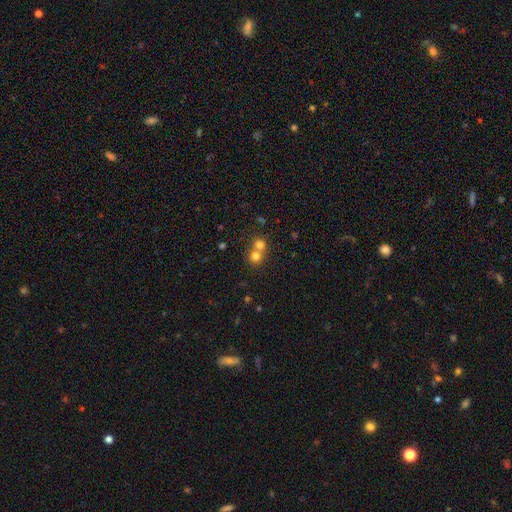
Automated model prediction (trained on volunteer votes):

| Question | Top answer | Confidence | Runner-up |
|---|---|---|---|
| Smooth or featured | smooth | 74% | star or artifact (14%) |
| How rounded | round | 87% | in between (12%) |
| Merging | merger | 55% | none (40%) |